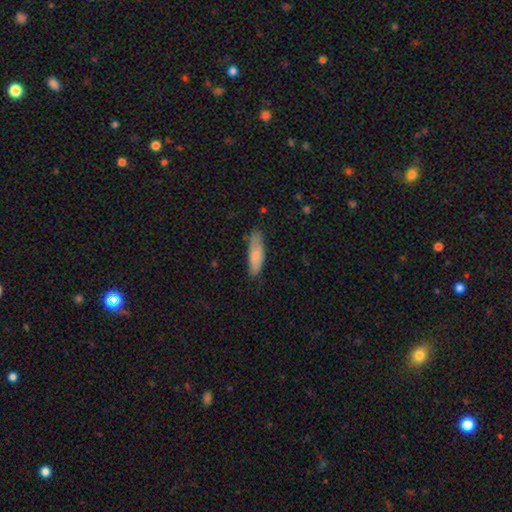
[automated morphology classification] The model was most divided on "how rounded": cigar-shaped: 51%, in between: 47%, round: 2%. More confident: smooth or featured — smooth (76%); merging — none (75%).